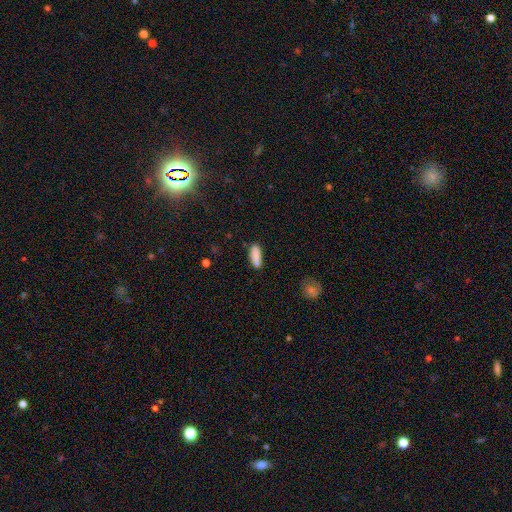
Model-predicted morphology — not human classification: Q: Smooth or featured?
A: smooth (86%); runner-up: featured or disk (7%)
Q: How rounded?
A: in between (50%); runner-up: cigar-shaped (48%)
Q: Merging?
A: none (77%); runner-up: minor disturbance (15%)